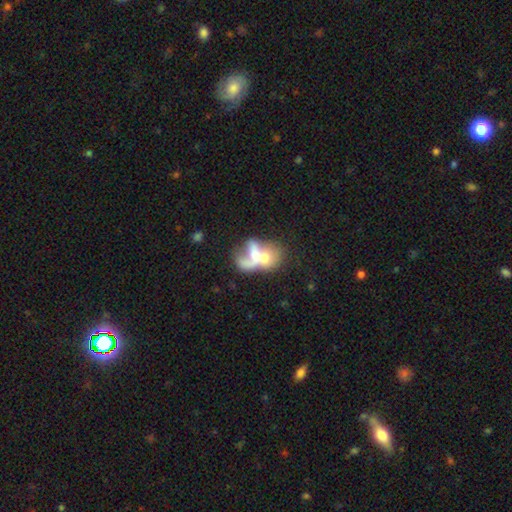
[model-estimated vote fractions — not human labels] Smooth or featured: featured or disk — 49% (smooth — 41%)
Merging: merger — 70% (major disturbance — 13%)